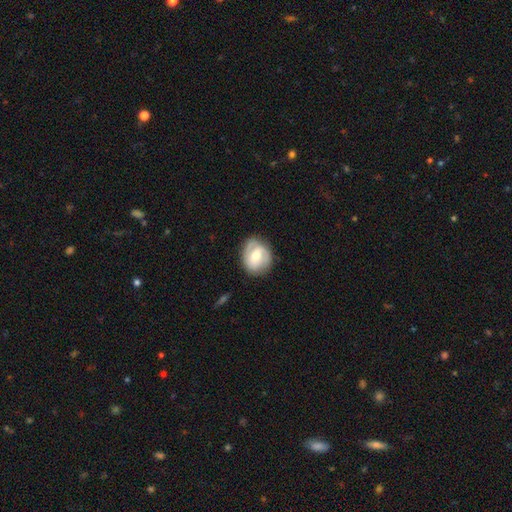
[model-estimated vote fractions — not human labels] featured or disk 53%, smooth 41%, star or artifact 6%. Down the decision tree: edge-on disk — no (96%); bar — weak (42%); spiral arms — yes (68%); bulge size — moderate (68%); merging — none (75%).